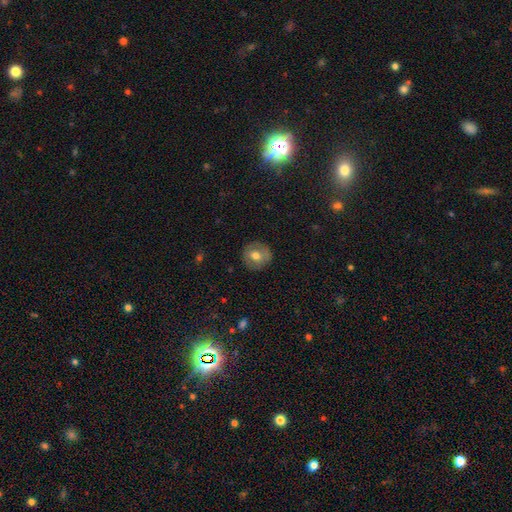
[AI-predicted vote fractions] smooth_or_featured: smooth (p=0.65) [alt: featured or disk p=0.27]
how_rounded: round (p=0.92) [alt: in between p=0.07]
merging: none (p=0.88) [alt: minor disturbance p=0.09]